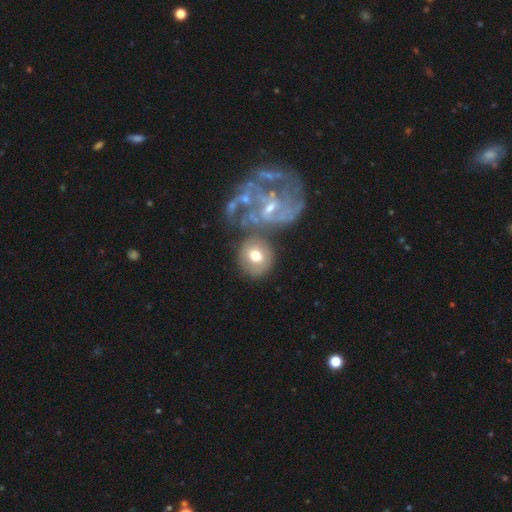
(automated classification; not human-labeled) smooth-or-featured: smooth: 58% | featured or disk: 35% | star or artifact: 7%
  how-rounded: round: 79% | in between: 20% | cigar-shaped: 1%
  merging: none: 56% | merger: 24% | minor disturbance: 13% | major disturbance: 7%